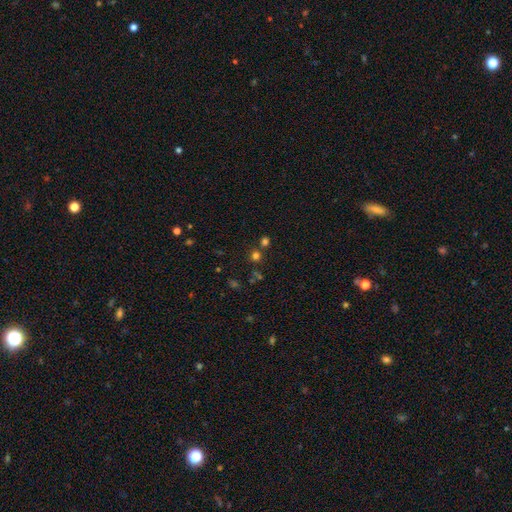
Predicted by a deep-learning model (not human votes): Smooth or featured: smooth — 63% (star or artifact — 30%)
How rounded: round — 91% (in between — 8%)
Merging: none — 73% (merger — 17%)